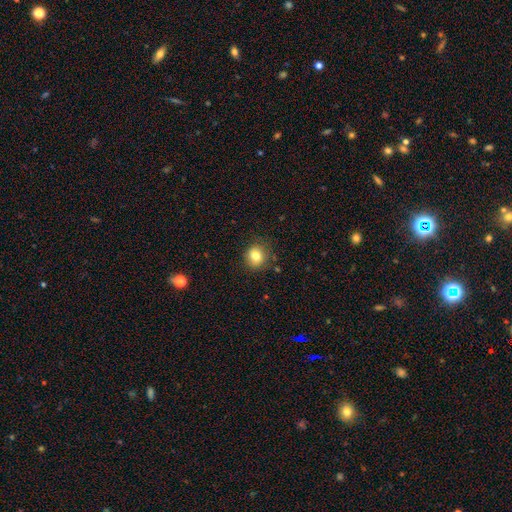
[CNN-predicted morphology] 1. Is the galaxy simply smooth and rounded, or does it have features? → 80% smooth, 11% star or artifact, 9% featured or disk.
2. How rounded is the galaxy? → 85% round, 15% in between, 1% cigar-shaped.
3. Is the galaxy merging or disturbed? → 83% none, 12% minor disturbance, 3% major disturbance, 2% merger.